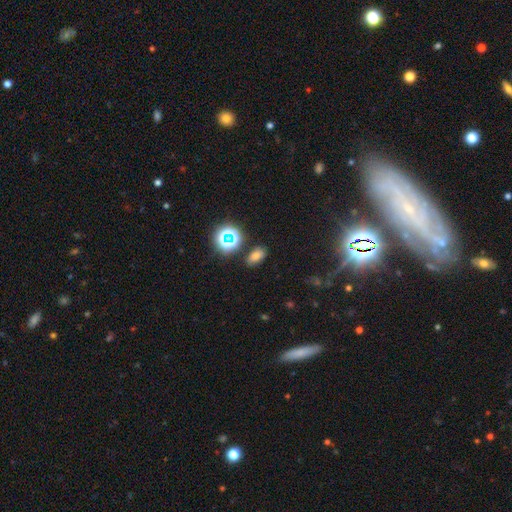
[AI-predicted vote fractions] Overall: smooth (67%). How rounded: in between (86%). Merging: none (83%).